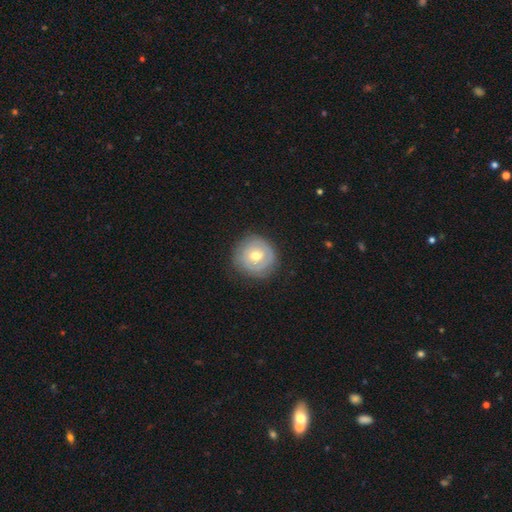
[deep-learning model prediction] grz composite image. It shows a featured or disk galaxy (47%). Merging: none (81%).